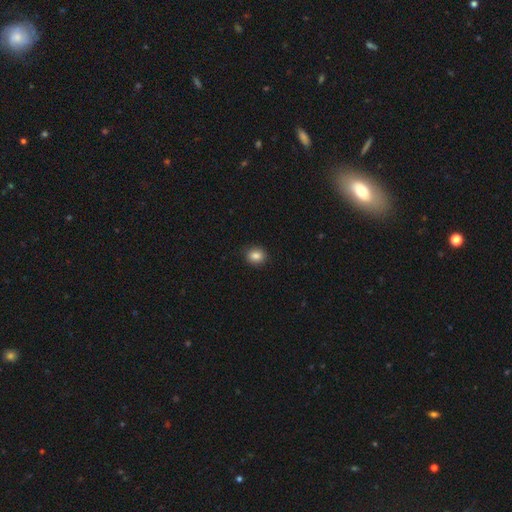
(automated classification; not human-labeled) Smooth or featured? smooth (85%)
How rounded? round (60%)
Merging? none (88%)